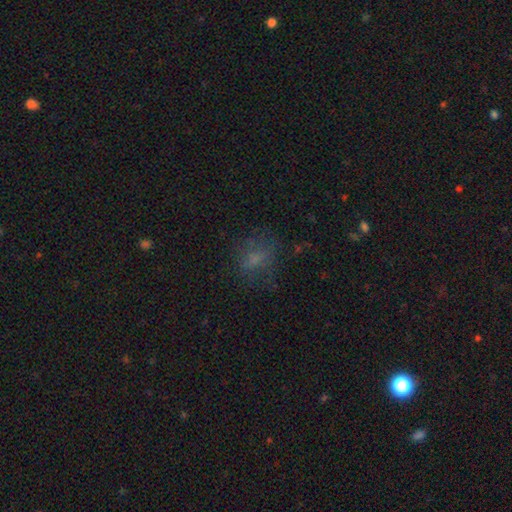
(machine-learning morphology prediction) The model was most divided on "smooth or featured": smooth: 49%, star or artifact: 32%, featured or disk: 18%. More confident: merging — none (71%).